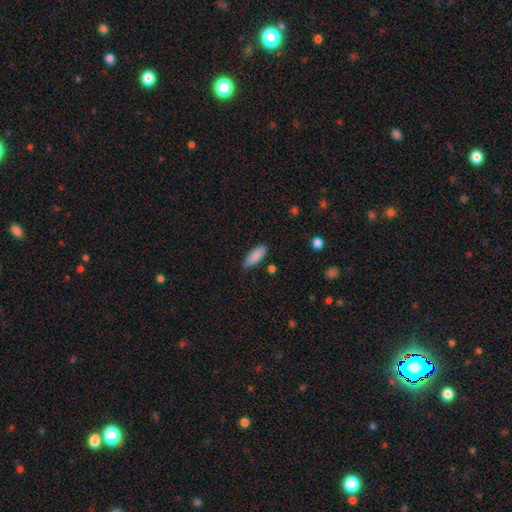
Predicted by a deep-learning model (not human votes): Q: Smooth or featured?
A: smooth (87%); runner-up: star or artifact (7%)
Q: How rounded?
A: in between (68%); runner-up: cigar-shaped (30%)
Q: Merging?
A: none (72%); runner-up: minor disturbance (22%)